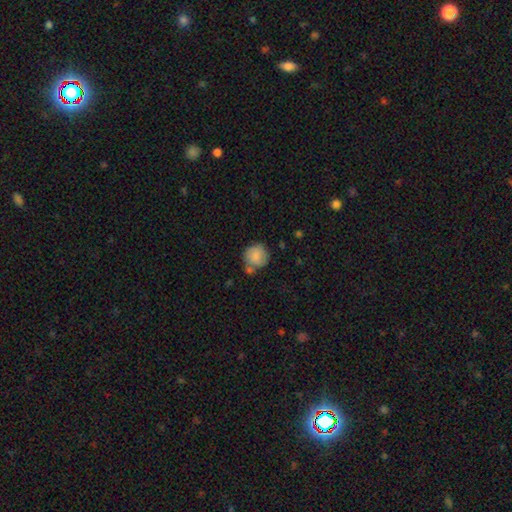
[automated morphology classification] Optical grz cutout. It shows a smooth galaxy with no disk features (83%) that is round (89%). Merging: none (57%).